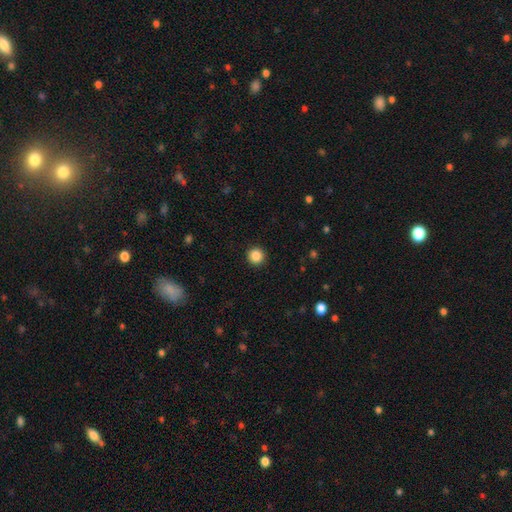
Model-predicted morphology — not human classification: smooth_or_featured: smooth (p=0.87) [alt: star or artifact p=0.10]
how_rounded: round (p=0.95) [alt: in between p=0.04]
merging: none (p=0.93) [alt: minor disturbance p=0.05]